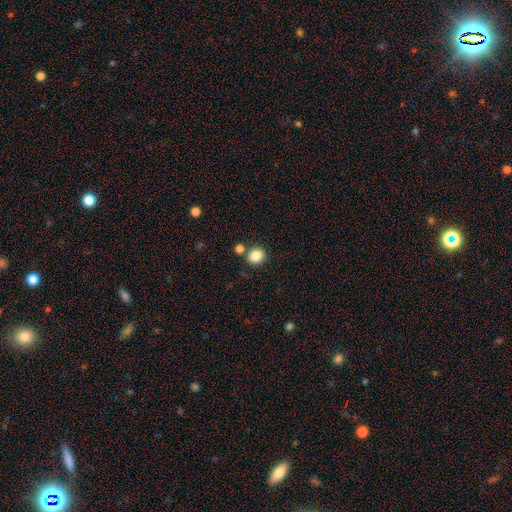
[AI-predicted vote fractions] A smooth galaxy with no disk features (85%) that is round (69%). Merging: none (75%).